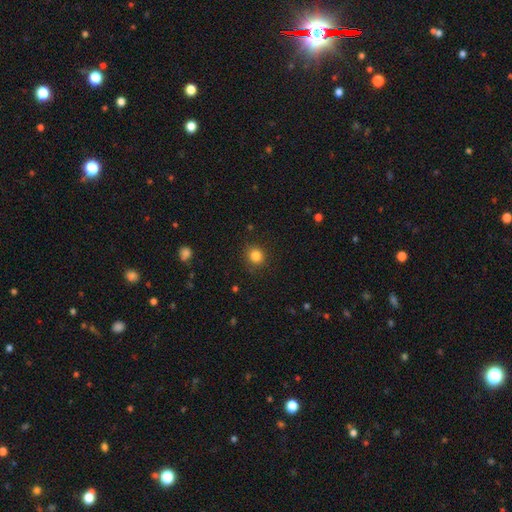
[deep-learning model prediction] Smooth or featured: smooth — 84% (star or artifact — 11%)
How rounded: round — 82% (in between — 17%)
Merging: none — 87% (minor disturbance — 9%)